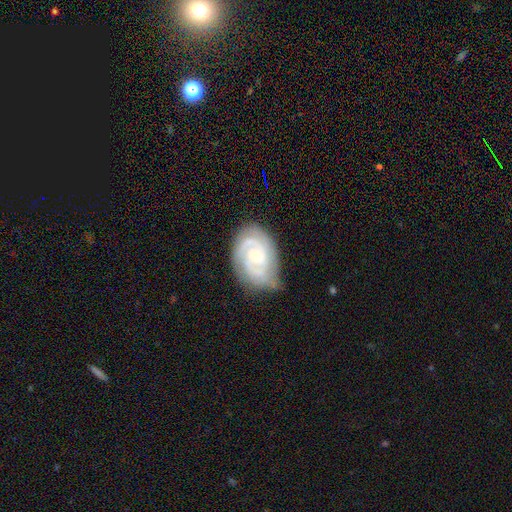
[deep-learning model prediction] Morphology: type=featured or disk (86%); edge-on=no (97%); bar=no (56%); spiral arms=yes (97%); winding=tight (66%); arm count=2 (48%); bulge=small (62%); merging=none (67%).